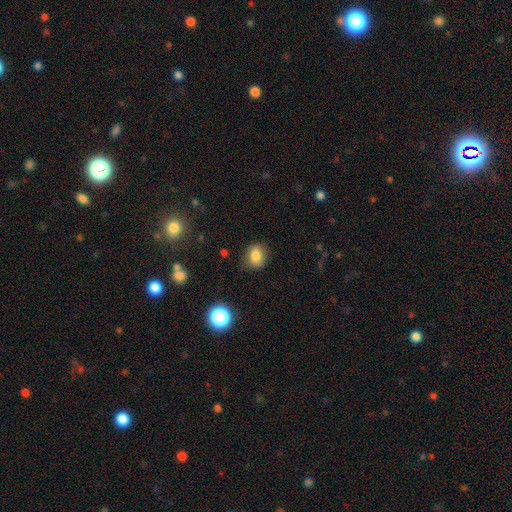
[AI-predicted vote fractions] A smooth galaxy with no disk features (81%) that is in between round and cigar-shaped (52%). Merging: none (81%).